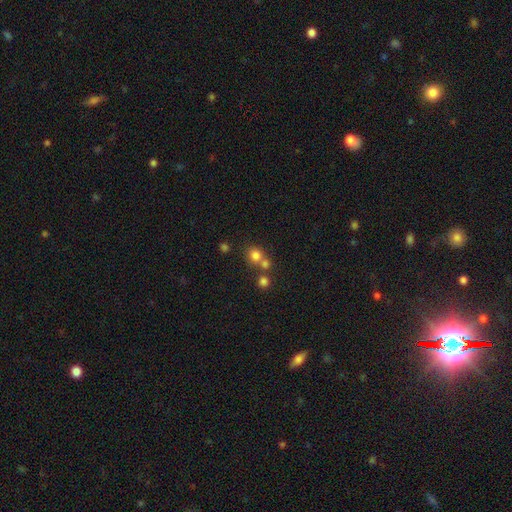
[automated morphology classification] Q: Smooth or featured?
A: smooth (77%); runner-up: star or artifact (15%)
Q: How rounded?
A: round (84%); runner-up: in between (15%)
Q: Merging?
A: none (51%); runner-up: merger (38%)